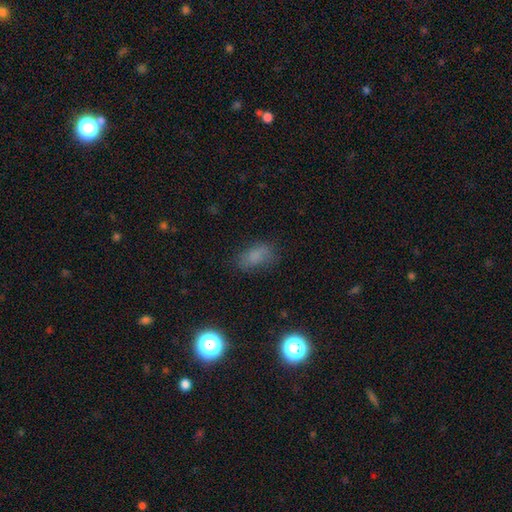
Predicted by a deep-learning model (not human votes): A smooth galaxy with no disk features (76%) that is in between round and cigar-shaped (88%). Merging: none (72%).